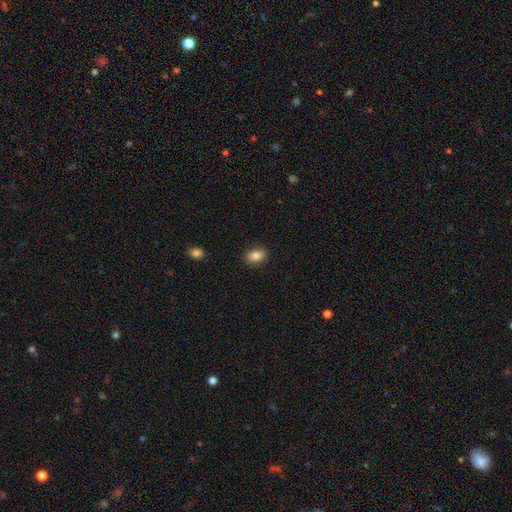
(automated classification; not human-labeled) Smooth or featured?
  - smooth: 87% *
  - star or artifact: 8%
  - featured or disk: 5%
How rounded?
  - in between: 87% *
  - round: 11%
  - cigar-shaped: 2%
Merging?
  - none: 89% *
  - minor disturbance: 8%
  - major disturbance: 2%
  - merger: 1%